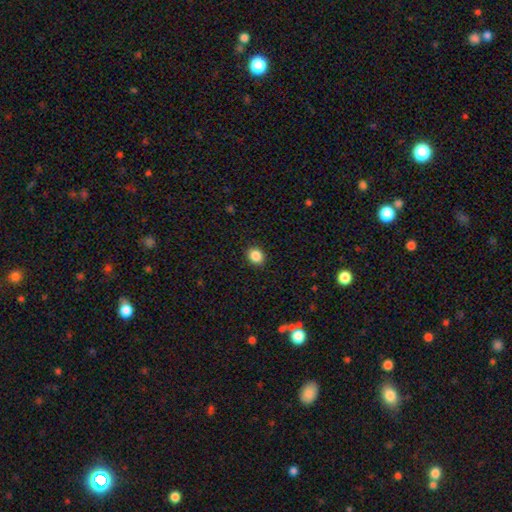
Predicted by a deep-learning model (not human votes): Morphology: type=smooth (87%); roundness=round (73%); merging=none (91%).